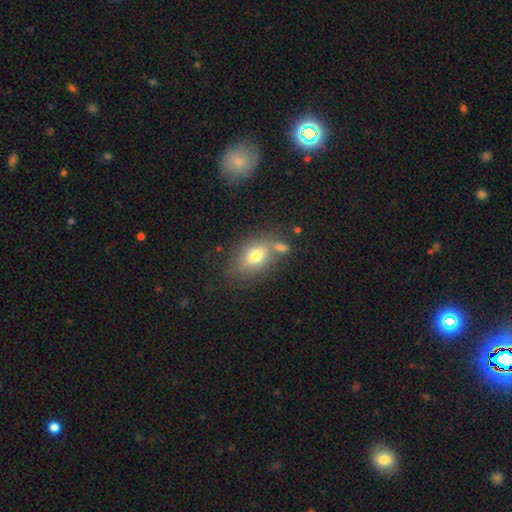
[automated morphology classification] Smooth or featured?
  - smooth: 74% *
  - featured or disk: 16%
  - star or artifact: 10%
How rounded?
  - in between: 78% *
  - round: 19%
  - cigar-shaped: 3%
Merging?
  - none: 58% *
  - merger: 20%
  - minor disturbance: 15%
  - major disturbance: 6%